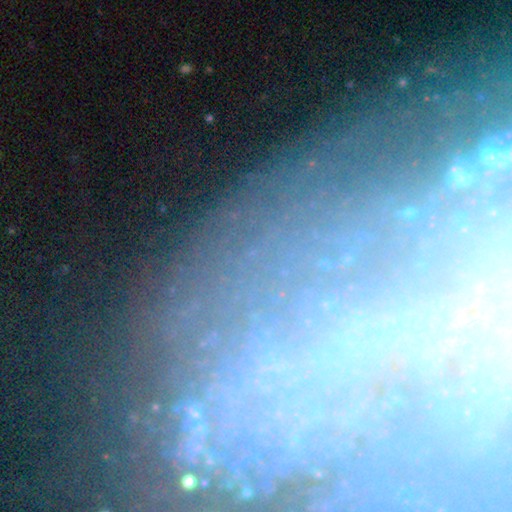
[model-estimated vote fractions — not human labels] Smooth or featured? featured or disk (47%)
Merging? none (75%)